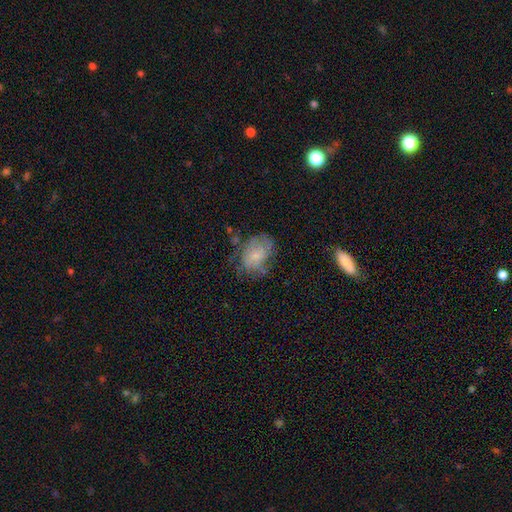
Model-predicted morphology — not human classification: Smooth or featured?
  - smooth: 48% *
  - featured or disk: 42%
  - star or artifact: 9%
Merging?
  - none: 51% *
  - minor disturbance: 28%
  - major disturbance: 18%
  - merger: 4%